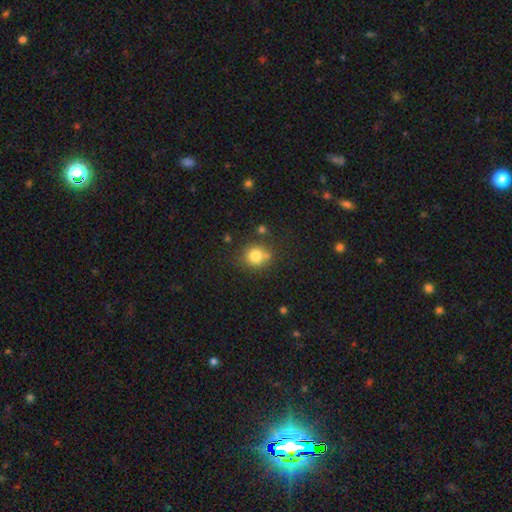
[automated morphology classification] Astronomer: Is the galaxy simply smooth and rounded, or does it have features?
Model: smooth — 80%.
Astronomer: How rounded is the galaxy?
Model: round — 83%.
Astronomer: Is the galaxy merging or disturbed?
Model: none — 68%.